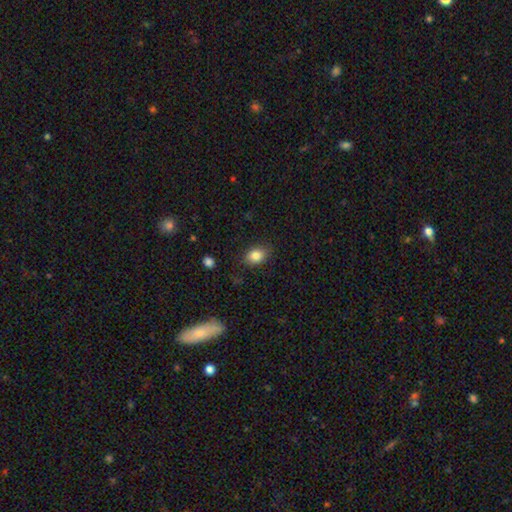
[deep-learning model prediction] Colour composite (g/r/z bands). It shows a smooth galaxy with no disk features (84%) that is in between round and cigar-shaped (68%). Merging: none (83%).